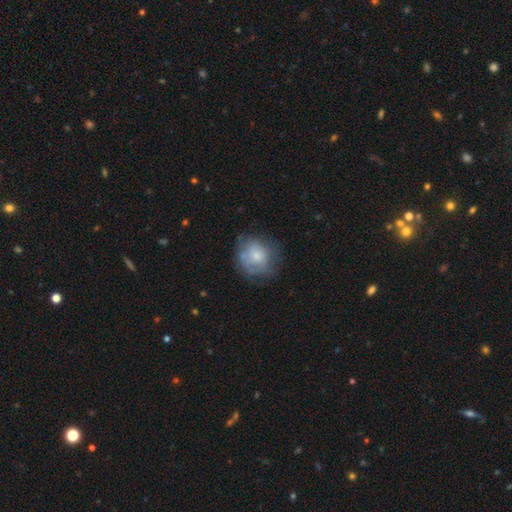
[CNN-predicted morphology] A smooth galaxy with no disk features (63%) that is round (78%). Merging: none (58%).